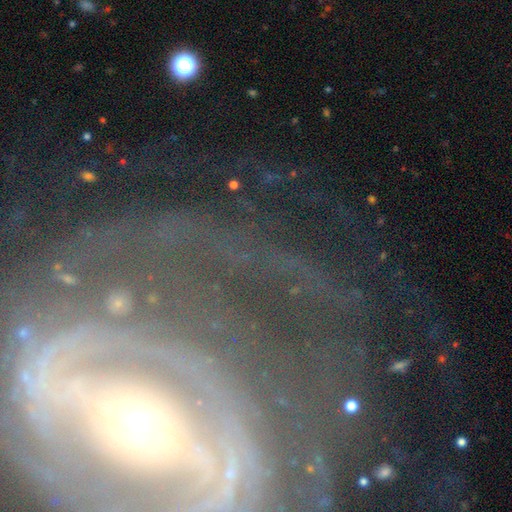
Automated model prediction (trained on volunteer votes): This is clearly a featured or disk galaxy (85%). It is clearly not viewed edge-on (94%). Bar: marginally strong (44%). Spiral arm pattern: clearly yes (90%). Spiral arm count: marginally 2 (30%). Spiral winding: likely tight (64%). Central bulge: likely small (61%). Merging: likely none (70%).